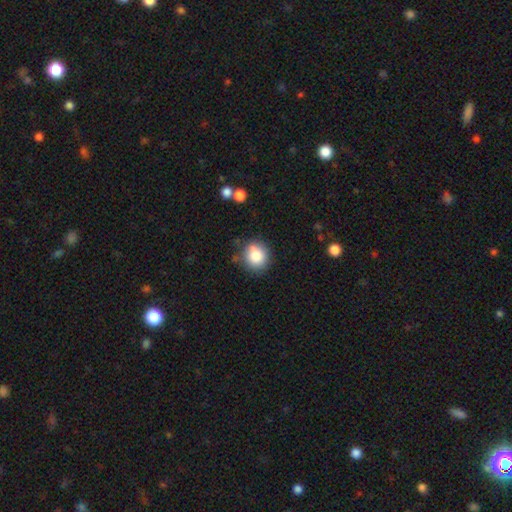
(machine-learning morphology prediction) Smooth or featured? Predicted: smooth (p=0.82). How rounded? Predicted: round (p=0.86). Merging? Predicted: none (p=0.73).